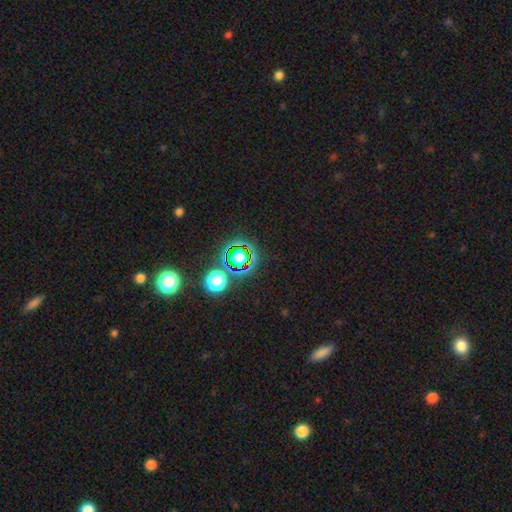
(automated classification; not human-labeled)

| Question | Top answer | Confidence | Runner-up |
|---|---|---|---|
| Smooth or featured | star or artifact | 75% | smooth (17%) |